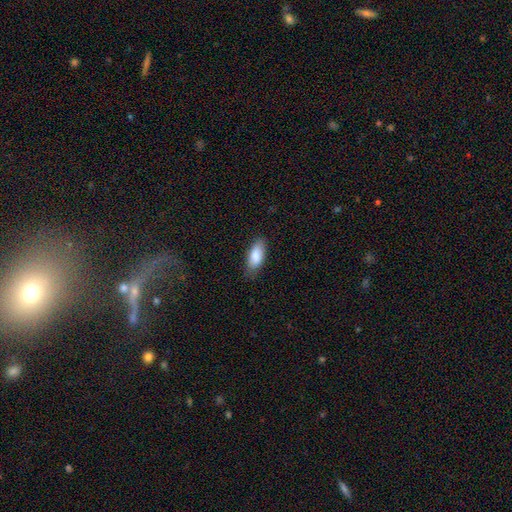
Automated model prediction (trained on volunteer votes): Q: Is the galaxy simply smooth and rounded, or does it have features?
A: smooth — 86%.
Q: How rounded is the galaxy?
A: in between — 82%.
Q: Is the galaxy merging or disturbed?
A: none — 78%.